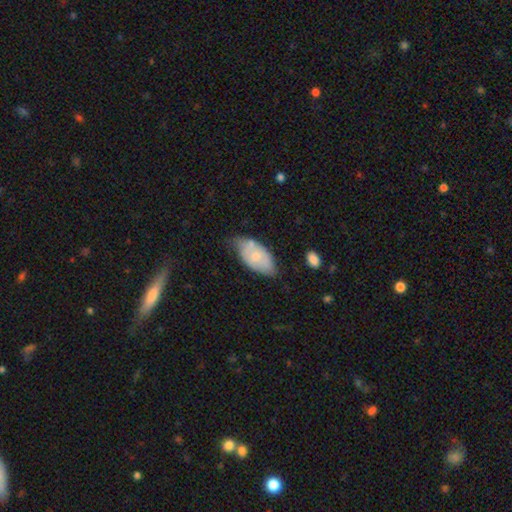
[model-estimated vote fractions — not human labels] smooth 60%, featured or disk 34%, star or artifact 6%. Down the decision tree: how rounded — in between (94%); merging — none (48%).